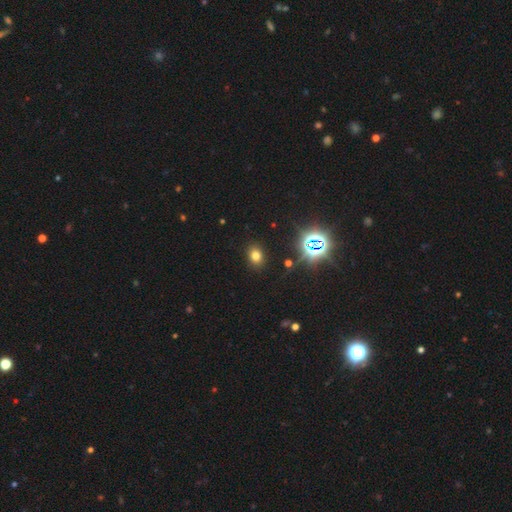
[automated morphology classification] Smooth or featured: smooth — 70% (star or artifact — 23%)
How rounded: in between — 61% (round — 38%)
Merging: none — 88% (minor disturbance — 8%)